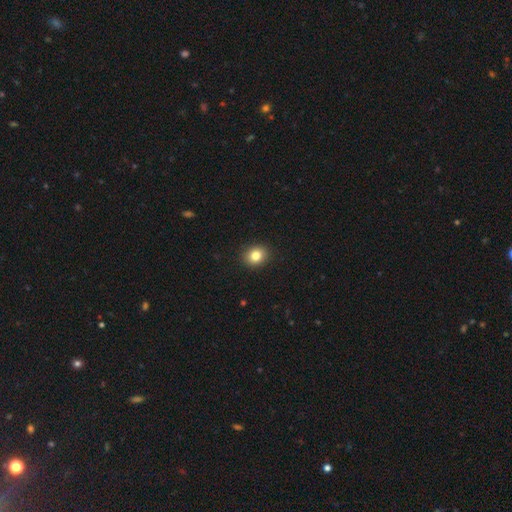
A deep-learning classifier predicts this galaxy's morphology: The model was most divided on "how rounded": round: 68%, in between: 31%, cigar-shaped: 1%. More confident: merging — none (91%); smooth or featured — smooth (83%).